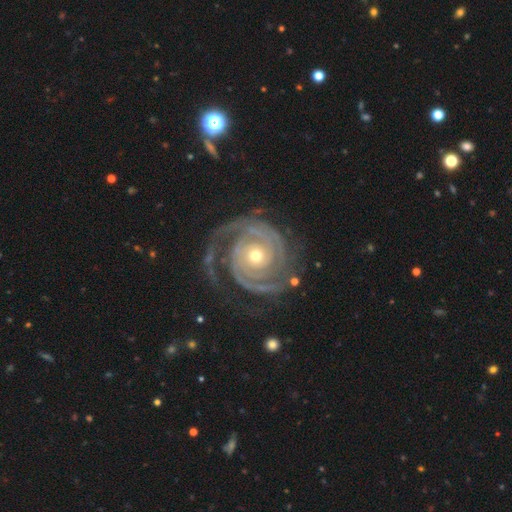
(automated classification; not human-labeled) Smooth or featured?
  - featured or disk: 93% *
  - star or artifact: 4%
  - smooth: 3%
Edge-on disk?
  - no: 98% *
  - yes: 2%
Bar?
  - no: 76% *
  - weak: 16%
  - strong: 8%
Spiral arms?
  - yes: 98% *
  - no: 2%
Spiral winding?
  - tight: 75% *
  - medium: 21%
  - loose: 4%
Spiral arm count?
  - 2: 68% *
  - 3: 13%
  - can't tell: 7%
  - 4: 4%
  - 1: 4%
  - more than 4: 4%
Bulge size?
  - moderate: 51% *
  - small: 45%
  - large: 2%
  - dominant: 1%
  - none: 1%
Merging?
  - none: 72% *
  - minor disturbance: 16%
  - major disturbance: 10%
  - merger: 2%